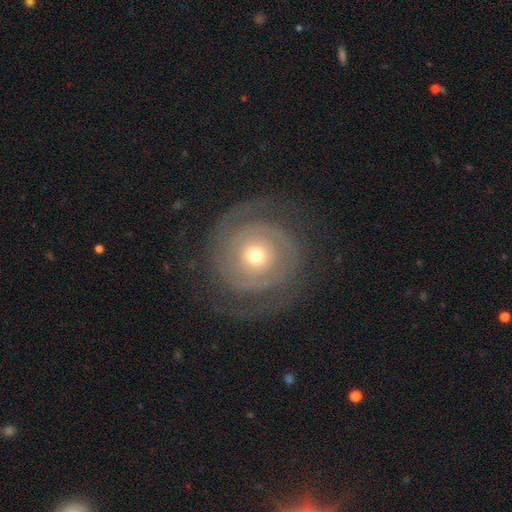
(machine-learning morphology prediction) This appears to be a featured or disk galaxy (82%) with no bar (80%), 2 (66%) tight (70%) spiral arms (91%) and a moderate central bulge (51%). Merging: none (74%).